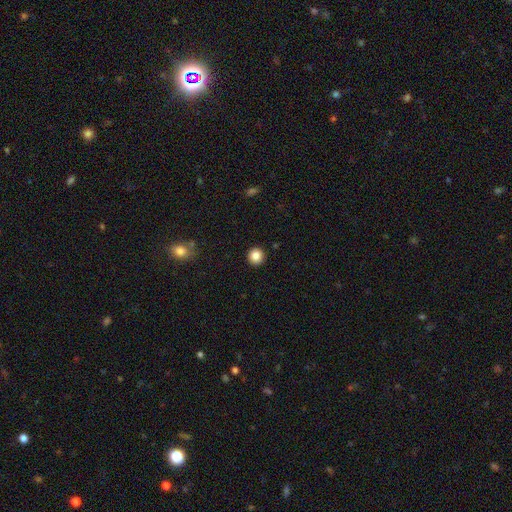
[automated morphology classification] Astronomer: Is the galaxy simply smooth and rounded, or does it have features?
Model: smooth — 86%.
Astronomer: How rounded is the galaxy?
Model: round — 94%.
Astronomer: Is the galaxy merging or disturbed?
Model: none — 93%.